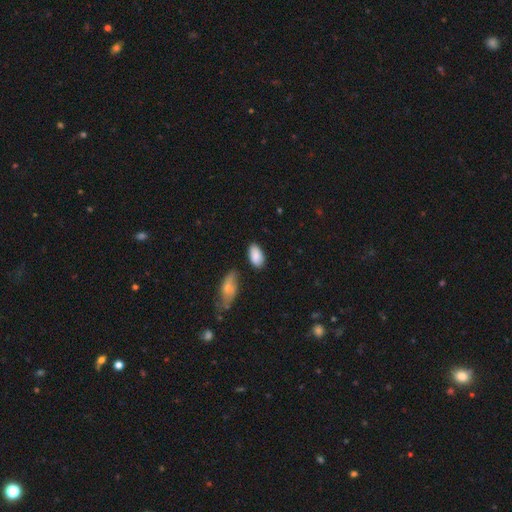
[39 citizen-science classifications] Smooth or featured? 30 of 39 (77%) said smooth. How rounded? 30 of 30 (100%) said in between. Merging? 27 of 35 (77%) said none.